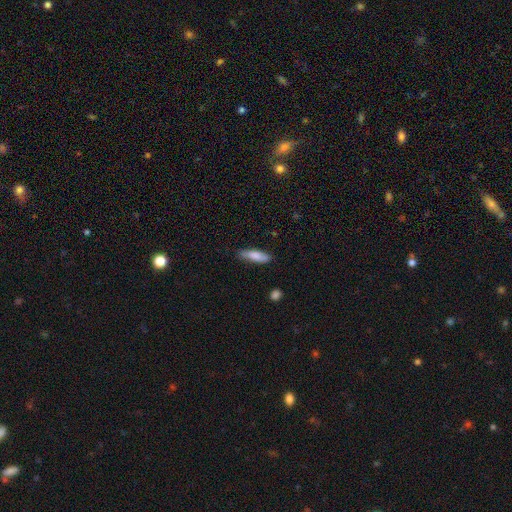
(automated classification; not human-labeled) smooth-or-featured: smooth: 80% | featured or disk: 14% | star or artifact: 6%
  how-rounded: cigar-shaped: 62% | in between: 37% | round: 2%
  merging: none: 82% | minor disturbance: 14% | major disturbance: 3% | merger: 1%